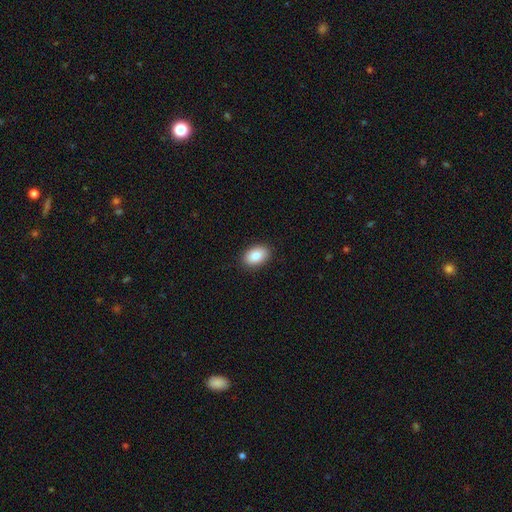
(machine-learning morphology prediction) Overall: smooth (86%). How rounded: in between (88%). Merging: none (90%).